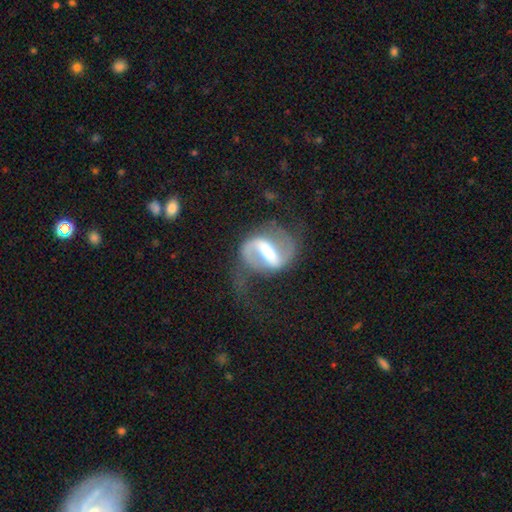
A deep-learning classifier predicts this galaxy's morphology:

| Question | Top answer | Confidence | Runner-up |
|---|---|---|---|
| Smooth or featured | featured or disk | 88% | smooth (7%) |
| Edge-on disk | no | 96% | yes (4%) |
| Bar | strong | 67% | weak (27%) |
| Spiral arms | yes | 94% | no (6%) |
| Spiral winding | medium | 46% | loose (39%) |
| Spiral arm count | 2 | 87% | 1 (7%) |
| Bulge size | moderate | 50% | small (27%) |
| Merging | none | 56% | major disturbance (23%) |